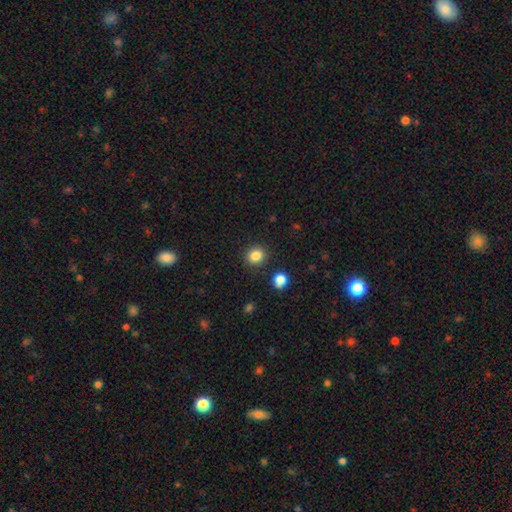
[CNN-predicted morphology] Smooth or featured? Predicted: smooth (p=0.85). How rounded? Predicted: round (p=0.81). Merging? Predicted: none (p=0.88).